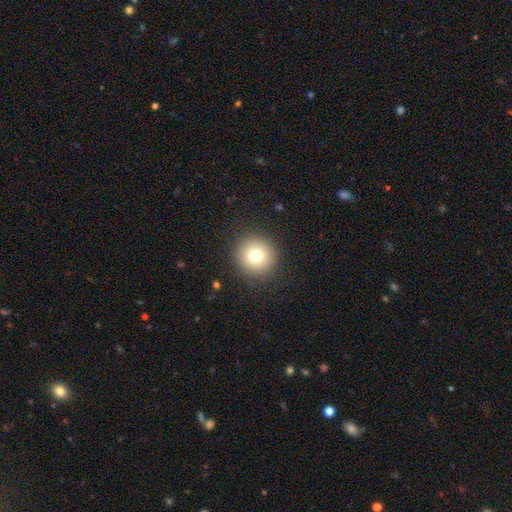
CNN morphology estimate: Smooth or featured? smooth (77%)
How rounded? round (94%)
Merging? none (90%)